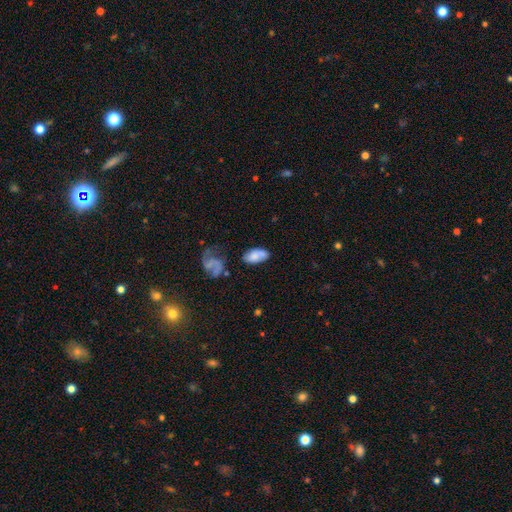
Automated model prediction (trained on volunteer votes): smooth 69%, featured or disk 22%, star or artifact 8%. Down the decision tree: how rounded — in between (93%); merging — none (54%).